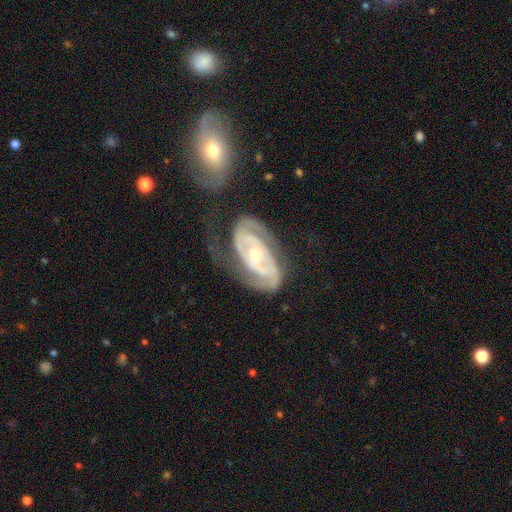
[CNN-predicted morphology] This is clearly a featured or disk galaxy (89%). It is clearly not viewed edge-on (96%). Bar: possibly no (55%). Spiral arm pattern: clearly yes (96%). Spiral arm count: likely 2 (73%). Spiral winding: likely tight (63%). Central bulge: possibly small (54%). Merging: possibly none (53%).